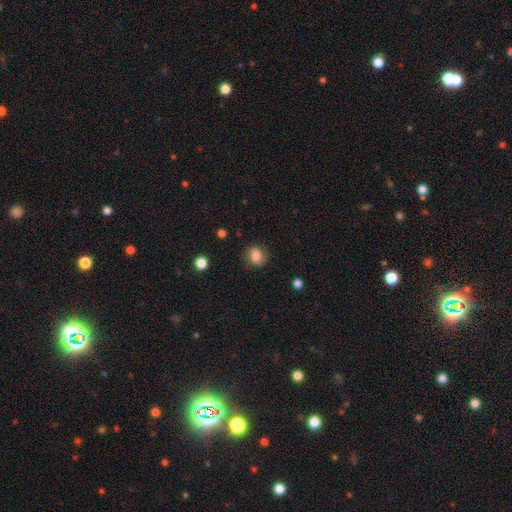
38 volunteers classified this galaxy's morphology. A smooth galaxy with no disk features (89%) that is round (76%). Merging: none (89%).